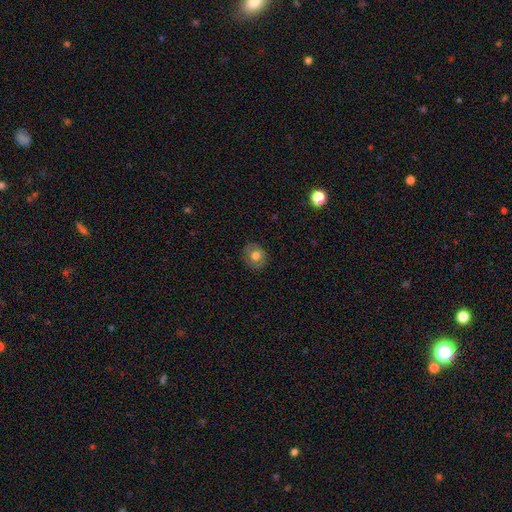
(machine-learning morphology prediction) Smooth or featured? Predicted: smooth (p=0.67). How rounded? Predicted: round (p=0.72). Merging? Predicted: none (p=0.85).